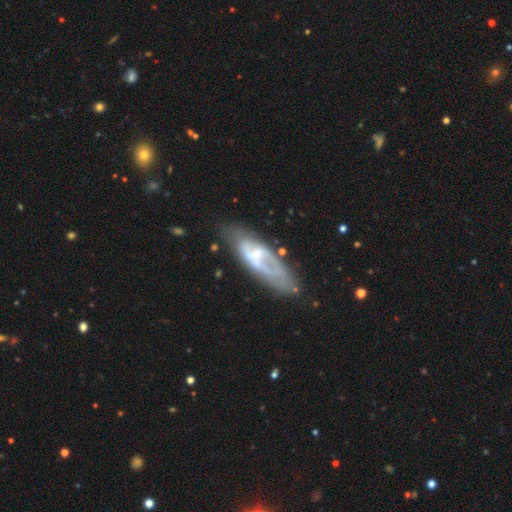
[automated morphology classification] featured or disk 62%, smooth 31%, star or artifact 7%. Down the decision tree: edge-on disk — no (77%); merging — none (56%).